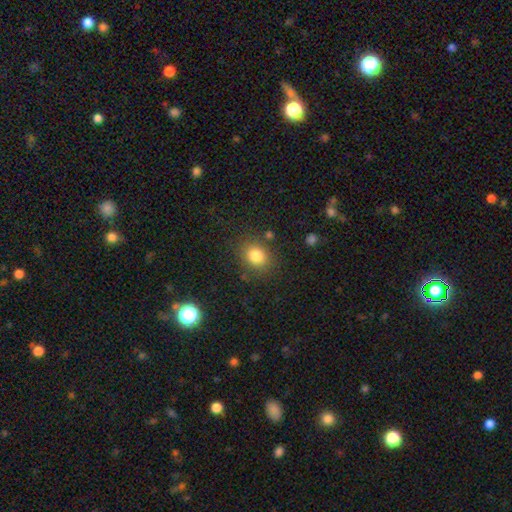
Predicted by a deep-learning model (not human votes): Overall: smooth (82%). How rounded: round (63%; in between 36%). Merging: none (81%).